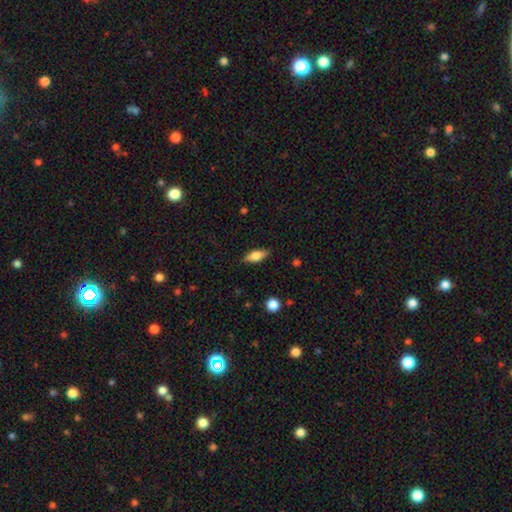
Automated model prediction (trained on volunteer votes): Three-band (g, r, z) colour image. It shows a smooth galaxy with no disk features (72%) that is in between round and cigar-shaped (77%). Merging: none (86%).